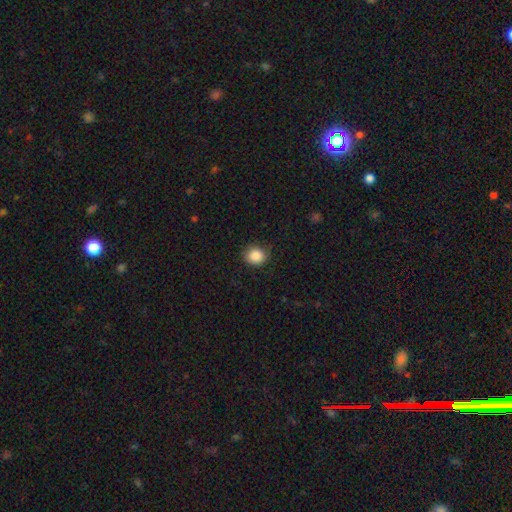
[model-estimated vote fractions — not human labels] This appears to be a smooth galaxy with no disk features (87%) that is round (80%). Merging: none (81%).